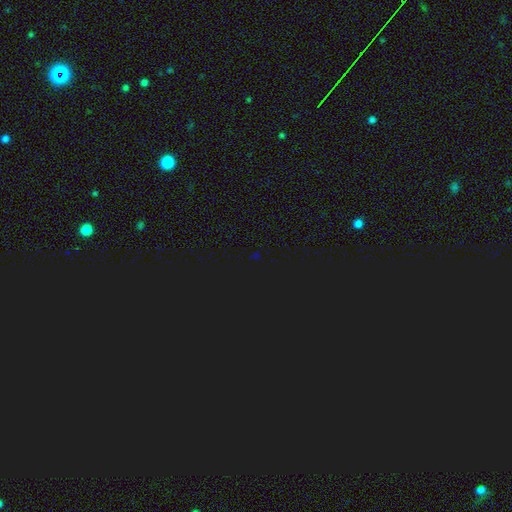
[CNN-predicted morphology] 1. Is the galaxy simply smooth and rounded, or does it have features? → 78% star or artifact, 15% smooth, 6% featured or disk.